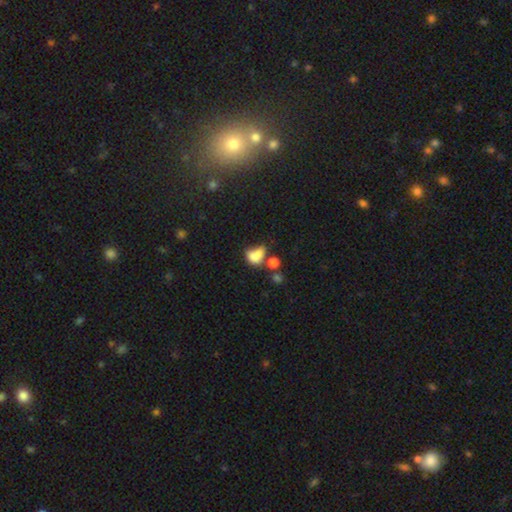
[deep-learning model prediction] smooth_or_featured: smooth (p=0.72) [alt: featured or disk p=0.16]
how_rounded: in between (p=0.63) [alt: round p=0.35]
merging: merger (p=0.47) [alt: none p=0.23]